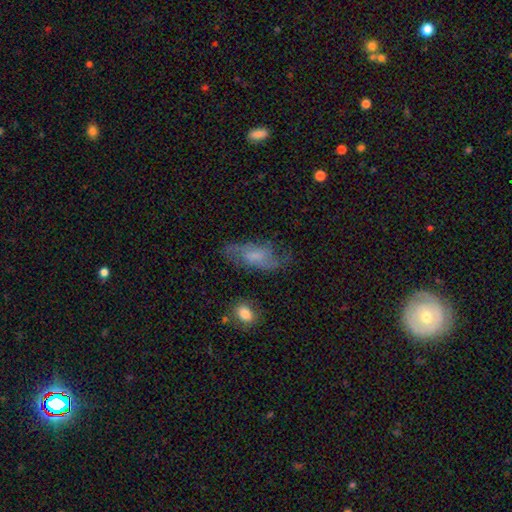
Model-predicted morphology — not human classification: type=featured or disk (55%); edge-on=no (90%); merging=none (60%).